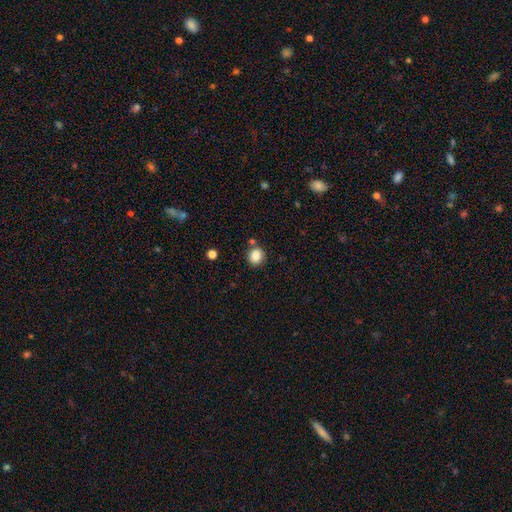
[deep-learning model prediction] This appears to be a smooth galaxy with no disk features (86%) that is round (77%). Merging: none (79%).